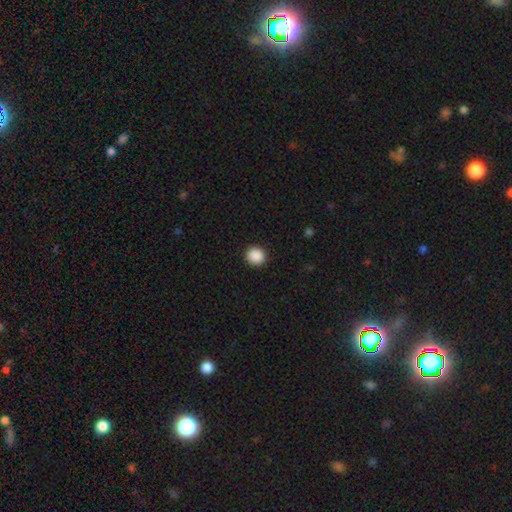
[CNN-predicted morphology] A smooth galaxy with no disk features (89%) that is round (91%).

Vote fractions:
- Smooth or featured? smooth: 89% / star or artifact: 9% / featured or disk: 2%
- How rounded? round: 91% / in between: 9% / cigar-shaped: 1%
- Merging? none: 92% / minor disturbance: 5% / major disturbance: 2% / merger: 1%